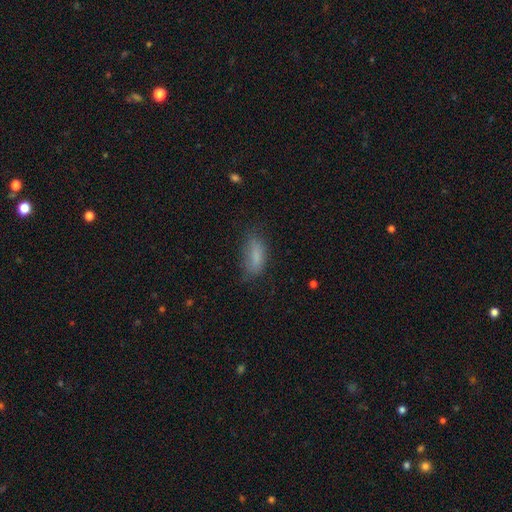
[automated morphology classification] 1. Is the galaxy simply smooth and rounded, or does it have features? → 79% smooth, 12% featured or disk, 10% star or artifact.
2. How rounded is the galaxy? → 78% in between, 20% cigar-shaped, 3% round.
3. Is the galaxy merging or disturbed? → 60% none, 27% minor disturbance, 11% major disturbance, 2% merger.